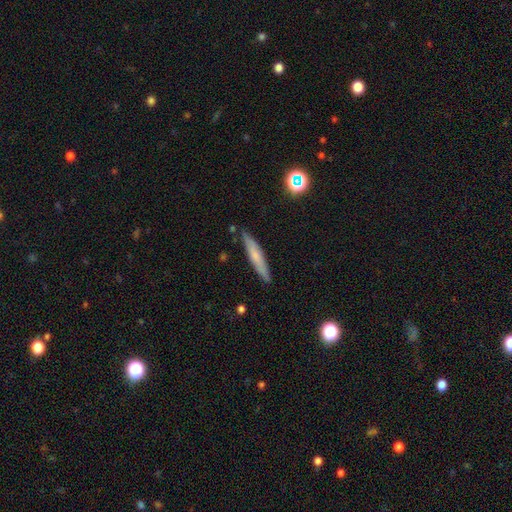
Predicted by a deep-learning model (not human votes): A smooth galaxy with no disk features (60%) that is cigar-shaped (93%). Merging: none (87%).